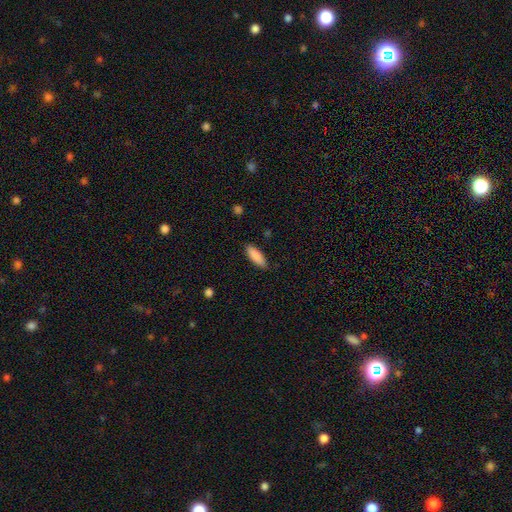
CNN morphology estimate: This is clearly a smooth galaxy (88%). How rounded: likely in between (61%). Merging: clearly none (86%).